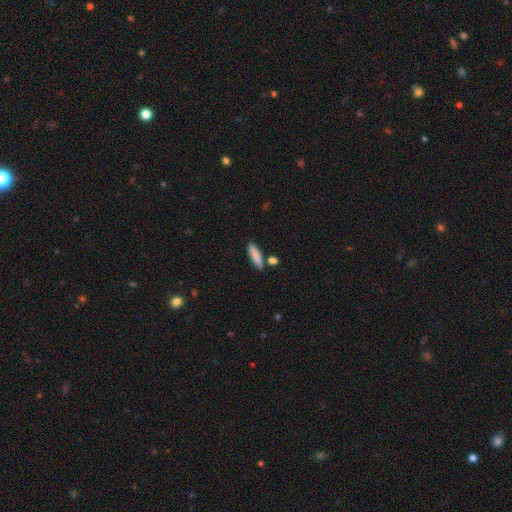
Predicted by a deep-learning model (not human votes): The model was most divided on "how rounded": cigar-shaped: 63%, in between: 34%, round: 2%. More confident: smooth or featured — smooth (87%); merging — none (80%).